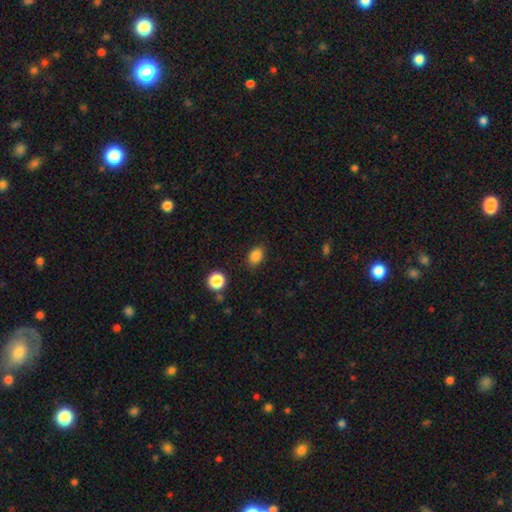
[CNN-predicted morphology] A smooth galaxy with no disk features (85%) that is in between round and cigar-shaped (73%). Merging: none (84%).